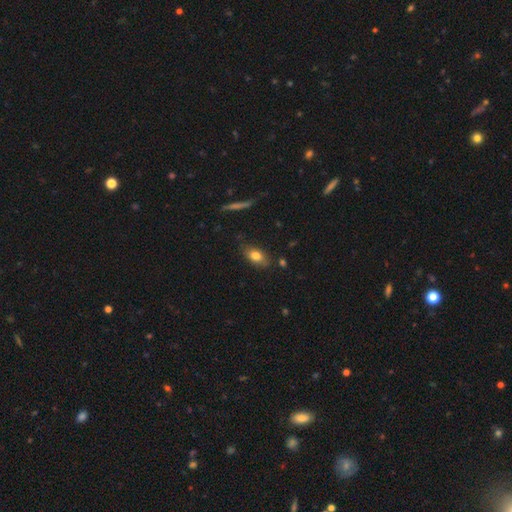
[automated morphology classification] type=smooth (77%); roundness=in between (82%); merging=none (79%).